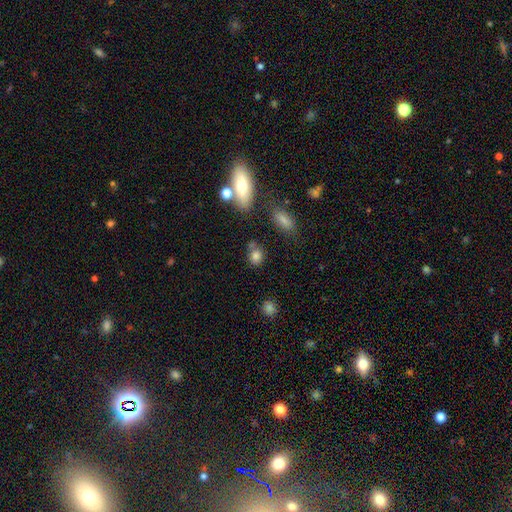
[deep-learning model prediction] Smooth or featured: smooth — 80% (star or artifact — 12%)
How rounded: round — 60% (in between — 38%)
Merging: none — 61% (merger — 18%)